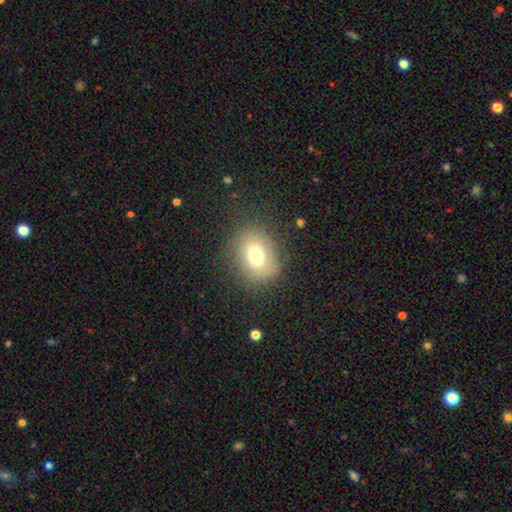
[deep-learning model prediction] This appears to be a smooth galaxy with no disk features (72%) that is round (59%). Merging: none (79%).